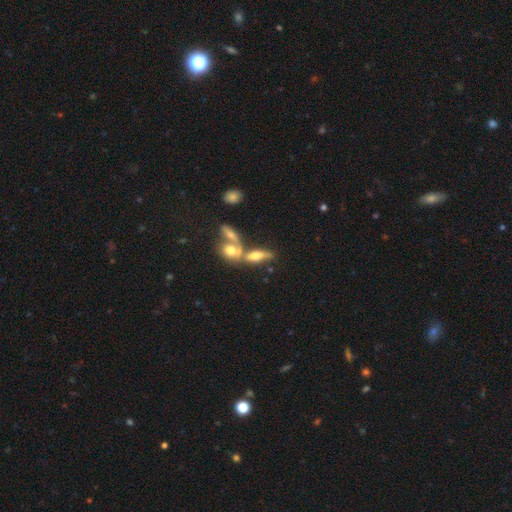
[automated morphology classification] Smooth or featured? Predicted: smooth (p=0.52). How rounded? Predicted: in between (p=0.61). Merging? Predicted: merger (p=0.55).